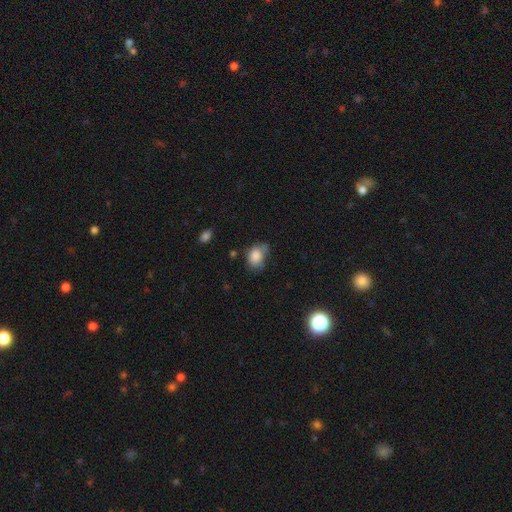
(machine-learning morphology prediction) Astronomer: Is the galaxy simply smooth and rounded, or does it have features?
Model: smooth — 82%.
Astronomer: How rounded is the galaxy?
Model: in between — 64%.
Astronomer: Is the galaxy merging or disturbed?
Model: none — 47% (runner-up: minor disturbance, 35%).